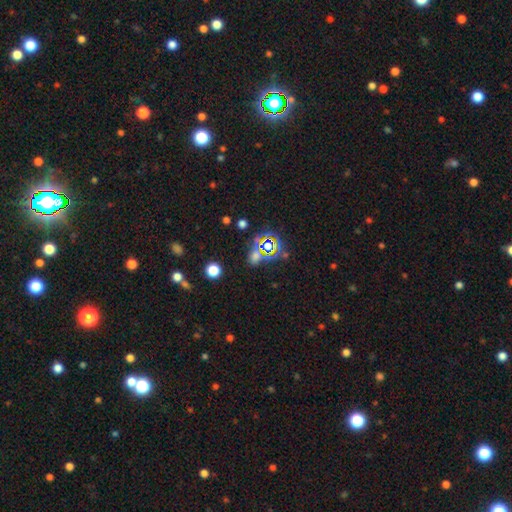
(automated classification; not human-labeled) Smooth or featured?
  - star or artifact: 53% *
  - smooth: 37%
  - featured or disk: 10%